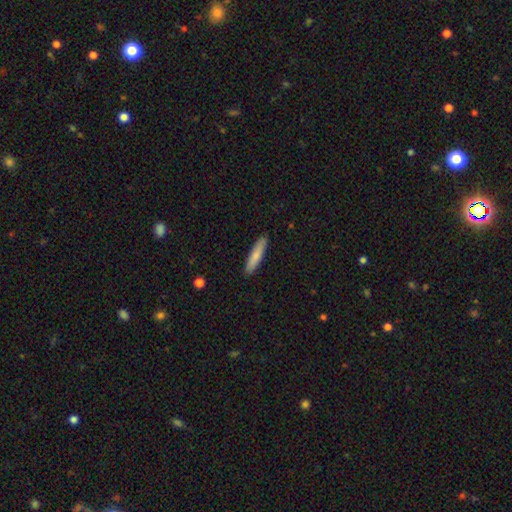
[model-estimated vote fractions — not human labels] Overall: smooth (79%). How rounded: cigar-shaped (88%). Merging: none (90%).